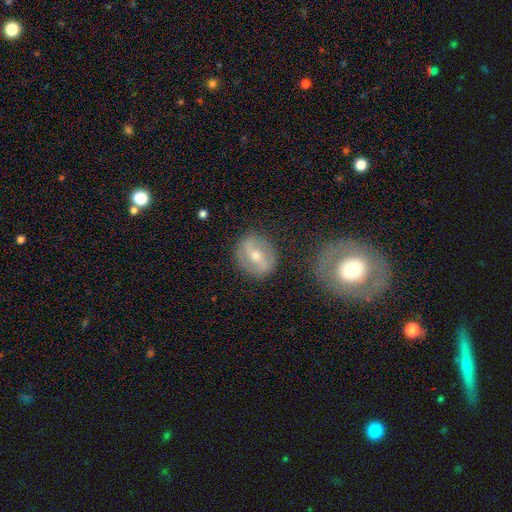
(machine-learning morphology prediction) Smooth or featured? Predicted: featured or disk (p=0.65). Edge-on disk? Predicted: no (p=0.92). Bar? Predicted: strong (p=0.57). Spiral arms? Predicted: yes (p=0.56). Bulge size? Predicted: moderate (p=0.54). Merging? Predicted: none (p=0.81).